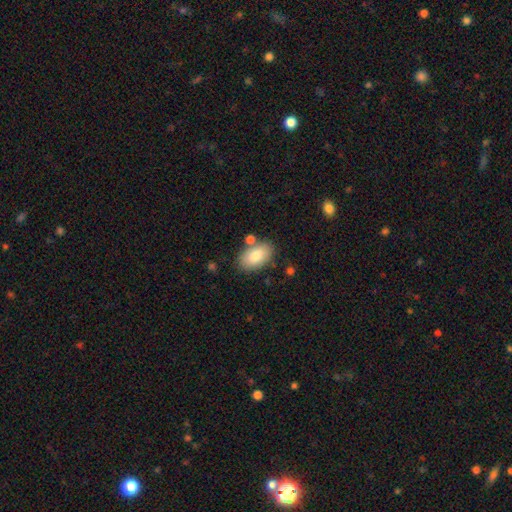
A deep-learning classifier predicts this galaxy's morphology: This appears to be a smooth galaxy with no disk features (79%) that is in between round and cigar-shaped (93%). Merging: none (77%).